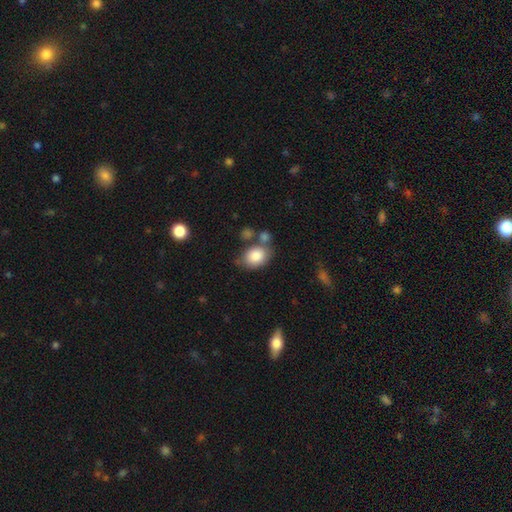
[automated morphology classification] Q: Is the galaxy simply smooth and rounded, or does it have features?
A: smooth — 84%.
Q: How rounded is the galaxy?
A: in between — 63%.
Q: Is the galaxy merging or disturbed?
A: none — 60%.